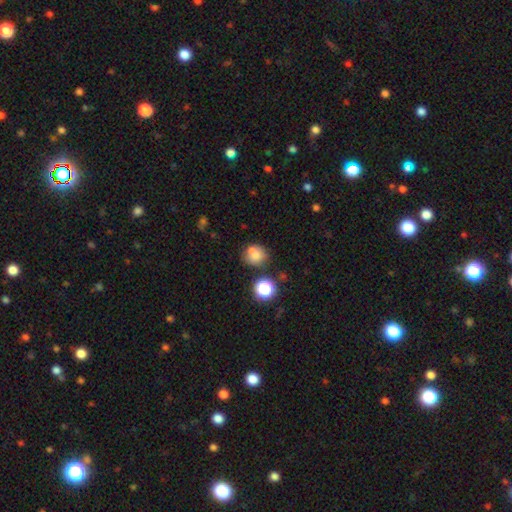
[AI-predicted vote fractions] smooth 73%, star or artifact 14%, featured or disk 13%. Down the decision tree: how rounded — round (76%); merging — none (53%).